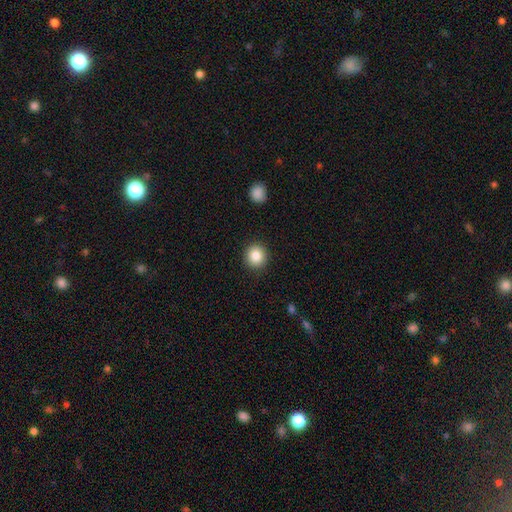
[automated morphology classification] A smooth galaxy with no disk features (86%) that is round (91%). Merging: none (91%).